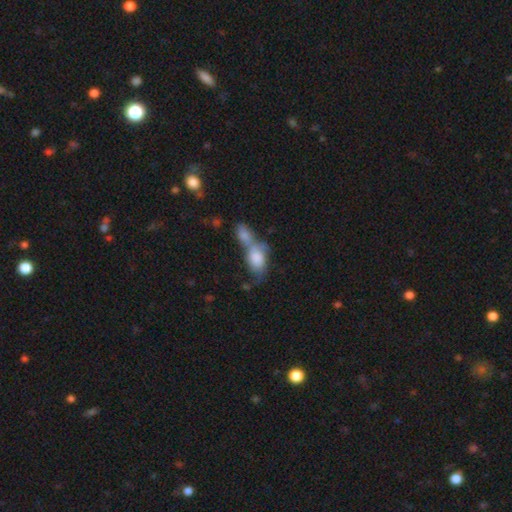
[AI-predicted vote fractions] Overall: smooth (71%). How rounded: in between (79%). Merging: merger (64%).